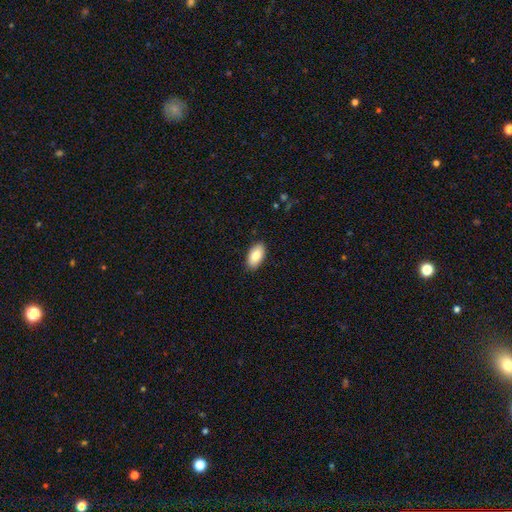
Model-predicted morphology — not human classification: Smooth or featured?
  - smooth: 86% *
  - featured or disk: 8%
  - star or artifact: 6%
How rounded?
  - in between: 93% *
  - cigar-shaped: 4%
  - round: 3%
Merging?
  - none: 89% *
  - minor disturbance: 8%
  - major disturbance: 2%
  - merger: 1%